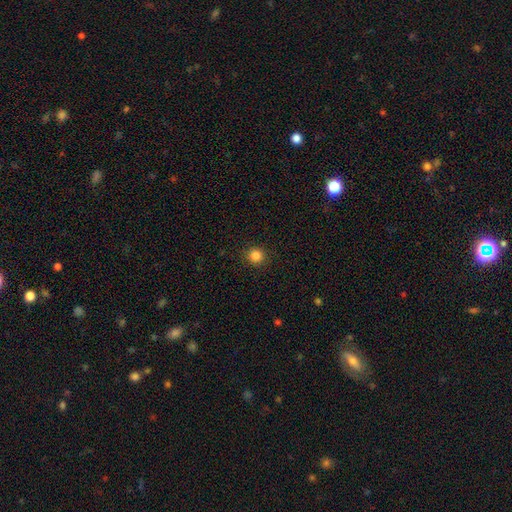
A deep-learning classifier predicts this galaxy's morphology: The model was most divided on "smooth or featured": smooth: 85%, star or artifact: 11%, featured or disk: 4%. More confident: how rounded — round (93%); merging — none (92%).